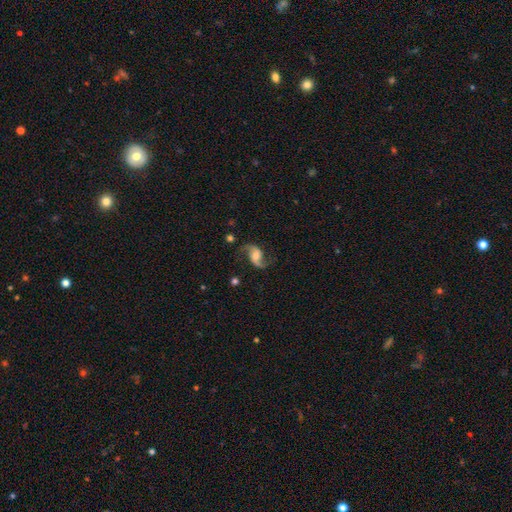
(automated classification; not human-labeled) Smooth or featured? featured or disk (86%)
Edge-on disk? no (97%)
Bar? no (52%)
Spiral arms? yes (97%)
Spiral winding? loose (73%)
Spiral arm count? 2 (93%)
Bulge size? moderate (47%)
Merging? none (76%)